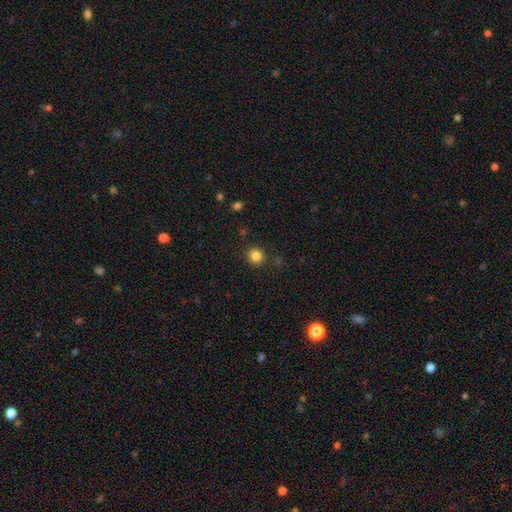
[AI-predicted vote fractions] The model was most divided on "smooth or featured": smooth: 83%, star or artifact: 13%, featured or disk: 4%. More confident: how rounded — round (92%); merging — none (88%).